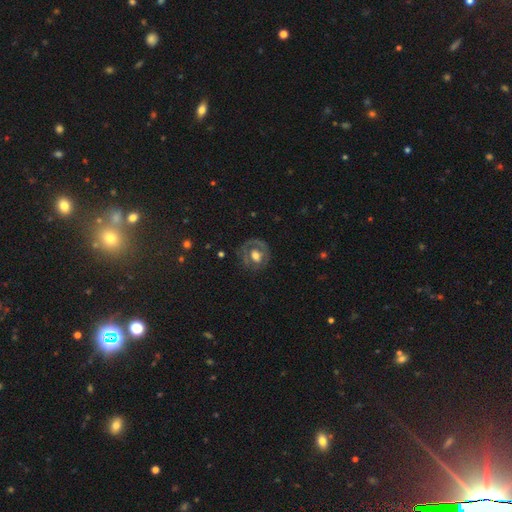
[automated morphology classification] featured or disk 57%, smooth 35%, star or artifact 8%. Down the decision tree: edge-on disk — no (95%); bar — no (65%); spiral arms — no (66%); bulge size — moderate (54%); merging — none (65%).